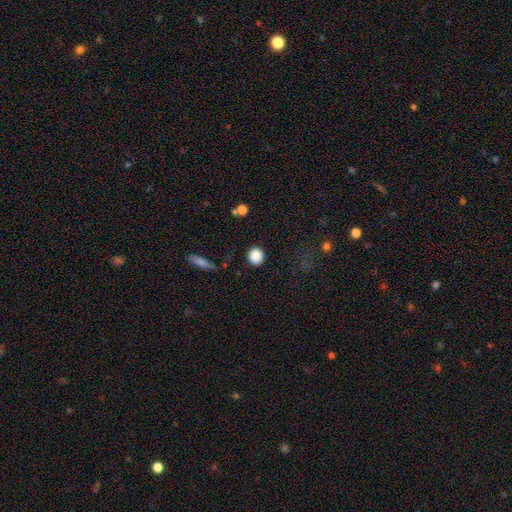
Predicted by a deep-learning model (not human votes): This is clearly a smooth galaxy (88%). How rounded: clearly round (83%). Merging: clearly none (89%).